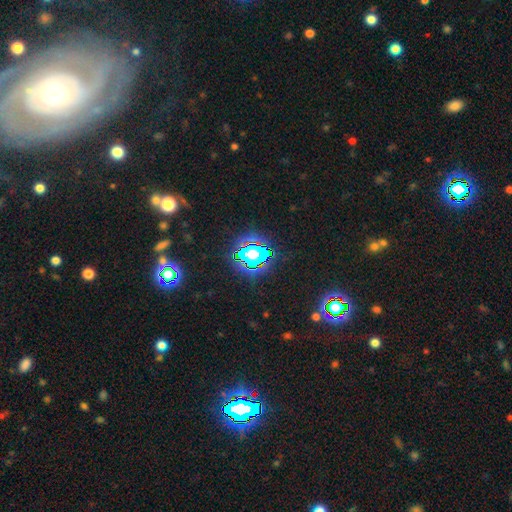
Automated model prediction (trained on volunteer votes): Smooth or featured? star or artifact (77%)